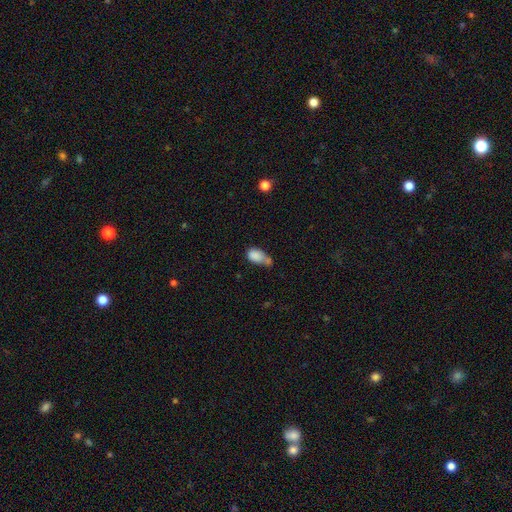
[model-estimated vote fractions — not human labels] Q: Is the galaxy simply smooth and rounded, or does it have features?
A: smooth — 83%.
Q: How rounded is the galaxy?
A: in between — 84%.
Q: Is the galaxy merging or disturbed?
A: merger — 33%.